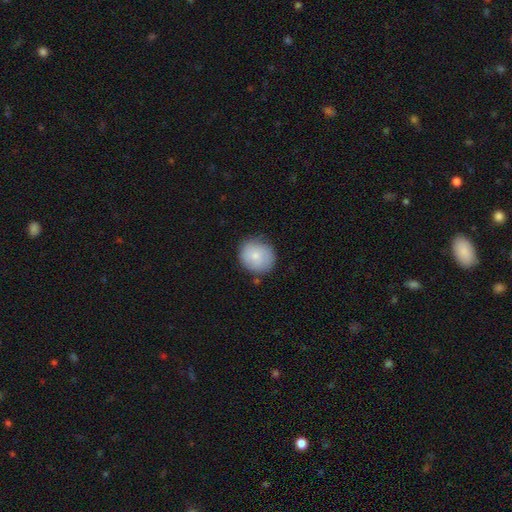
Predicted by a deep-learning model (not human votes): smooth 79%, featured or disk 14%, star or artifact 7%. Down the decision tree: how rounded — round (86%); merging — none (75%).